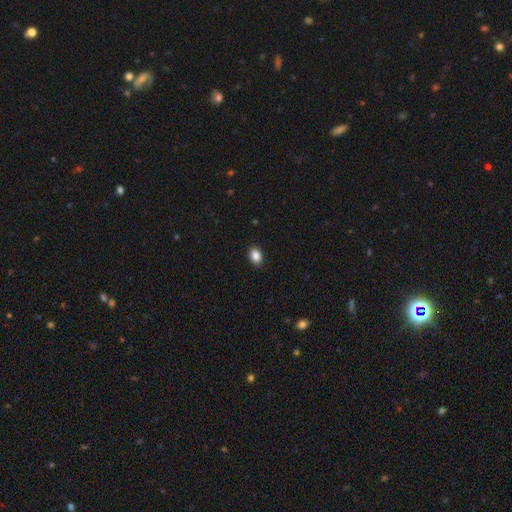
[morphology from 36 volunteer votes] This is clearly a smooth galaxy (92%). How rounded: clearly in between (97%). Merging: clearly none (85%).